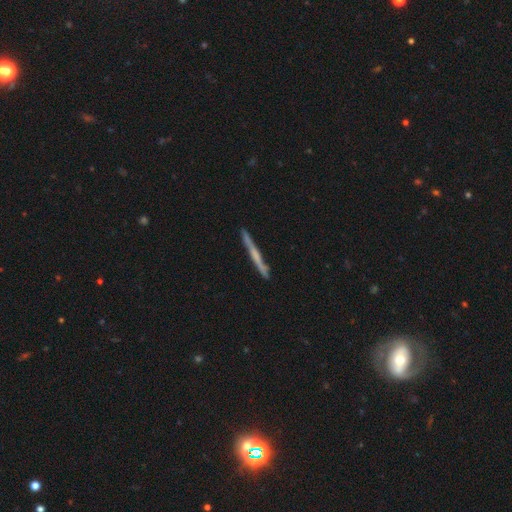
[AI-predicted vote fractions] This is possibly a featured or disk galaxy (55%). It is clearly viewed edge-on (96%). Edge-on bulge: likely none (68%). Merging: clearly none (88%).